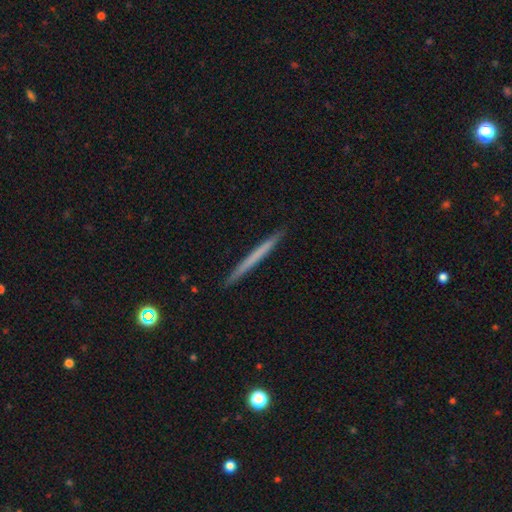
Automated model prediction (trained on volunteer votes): Smooth or featured? smooth (55%)
How rounded? cigar-shaped (97%)
Merging? none (92%)